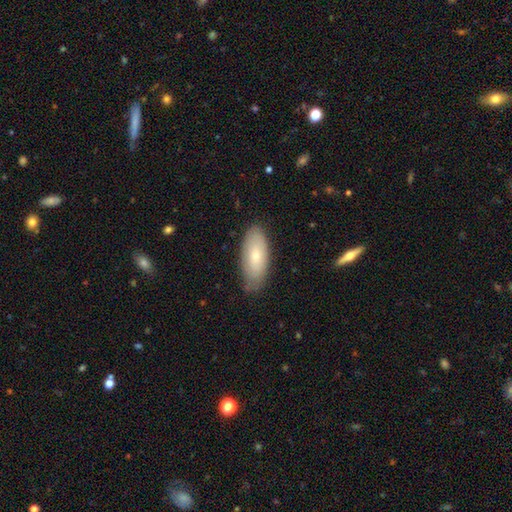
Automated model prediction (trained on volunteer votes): smooth_or_featured: smooth (p=0.65) [alt: featured or disk p=0.28]
how_rounded: in between (p=0.84) [alt: cigar-shaped p=0.14]
merging: none (p=0.79) [alt: minor disturbance p=0.17]